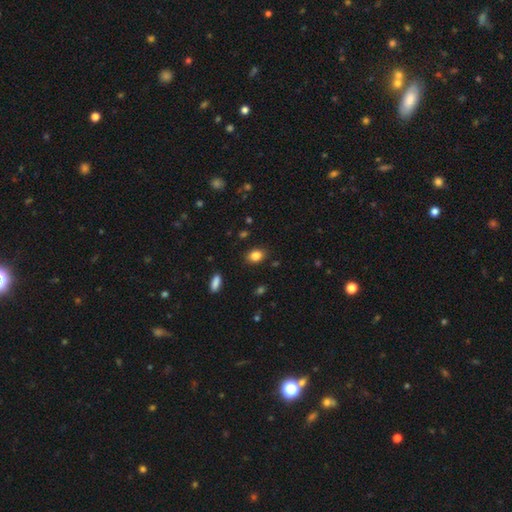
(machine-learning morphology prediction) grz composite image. It shows a smooth galaxy with no disk features (85%) that is in between round and cigar-shaped (67%). Merging: none (86%).